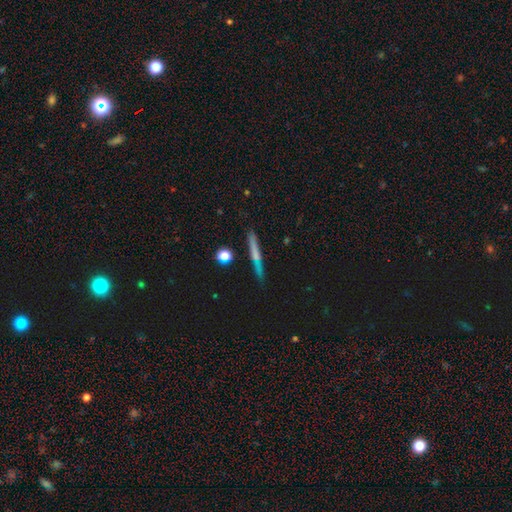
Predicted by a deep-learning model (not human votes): Smooth or featured?
  - featured or disk: 46% *
  - smooth: 44%
  - star or artifact: 10%
Merging?
  - none: 84% *
  - minor disturbance: 10%
  - merger: 3%
  - major disturbance: 2%